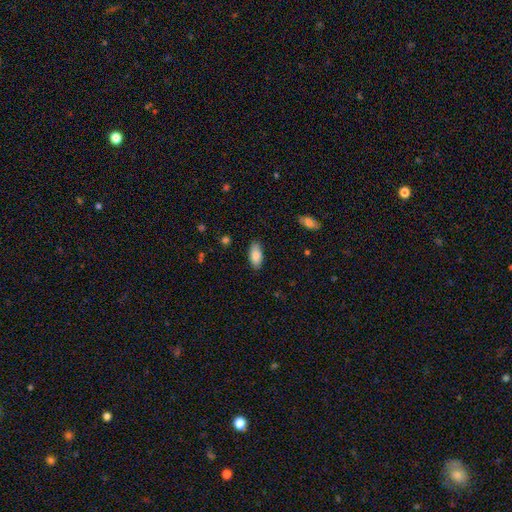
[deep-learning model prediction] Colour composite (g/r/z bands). It shows a smooth galaxy with no disk features (84%) that is in between round and cigar-shaped (91%). Merging: none (85%).